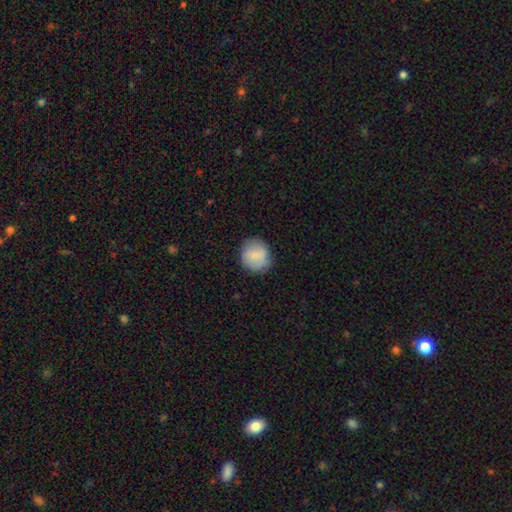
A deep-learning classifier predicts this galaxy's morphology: smooth-or-featured: smooth: 78% | featured or disk: 15% | star or artifact: 7%
  how-rounded: round: 84% | in between: 15% | cigar-shaped: 1%
  merging: none: 82% | minor disturbance: 14% | major disturbance: 3% | merger: 1%